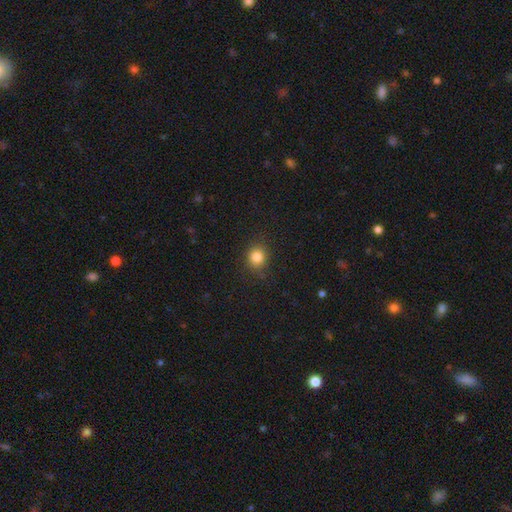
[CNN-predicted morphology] A smooth galaxy with no disk features (82%) that is round (83%).

Vote fractions:
- Smooth or featured? smooth: 82% / star or artifact: 14% / featured or disk: 5%
- How rounded? round: 83% / in between: 16% / cigar-shaped: 1%
- Merging? none: 88% / minor disturbance: 8% / major disturbance: 2% / merger: 1%